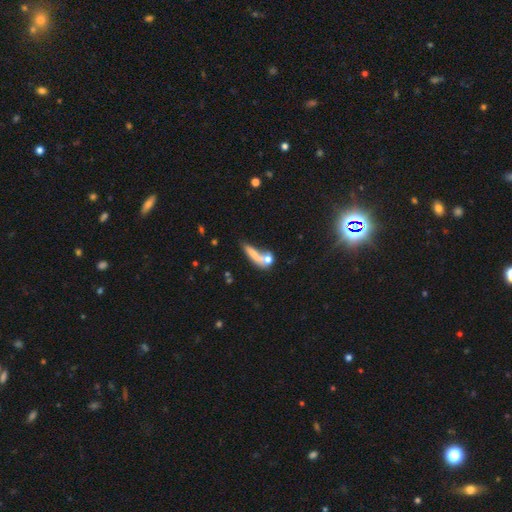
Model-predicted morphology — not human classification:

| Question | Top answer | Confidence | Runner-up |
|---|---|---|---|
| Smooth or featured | smooth | 64% | featured or disk (26%) |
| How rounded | cigar-shaped | 58% | in between (29%) |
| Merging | none | 36% | merger (35%) |